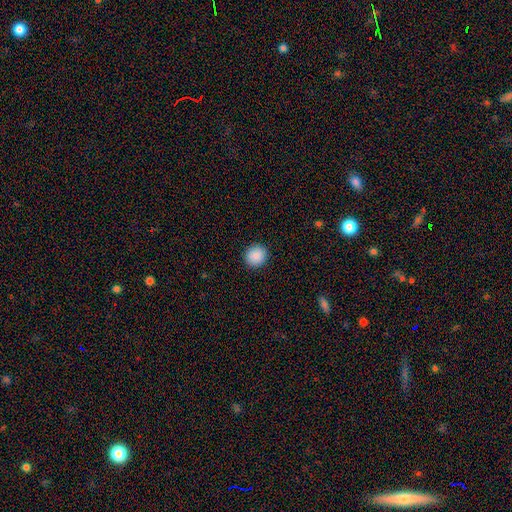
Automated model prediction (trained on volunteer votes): smooth-or-featured: smooth: 90% | star or artifact: 8% | featured or disk: 3%
  how-rounded: round: 84% | in between: 15% | cigar-shaped: 1%
  merging: none: 92% | minor disturbance: 5% | major disturbance: 2% | merger: 1%